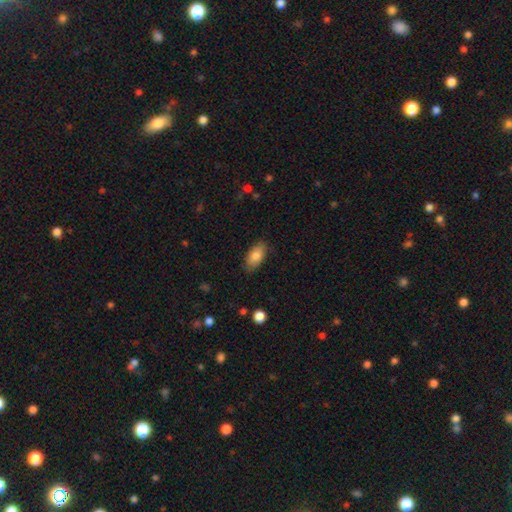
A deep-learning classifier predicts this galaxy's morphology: smooth-or-featured: smooth: 81% | featured or disk: 12% | star or artifact: 7%
  how-rounded: in between: 91% | cigar-shaped: 6% | round: 3%
  merging: none: 85% | minor disturbance: 12% | major disturbance: 2% | merger: 1%